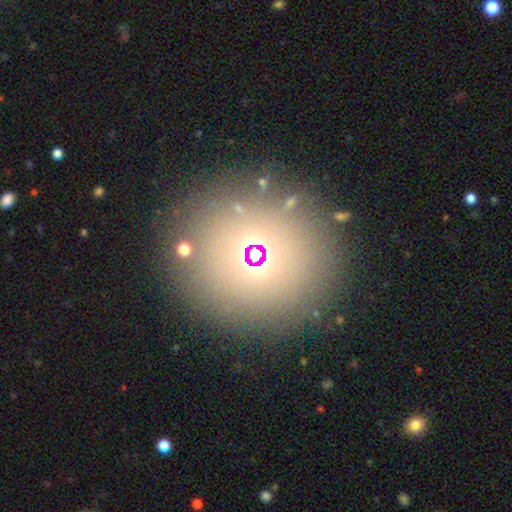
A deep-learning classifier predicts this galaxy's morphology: Q: Smooth or featured?
A: smooth (47%); runner-up: featured or disk (29%)
Q: Merging?
A: none (84%); runner-up: minor disturbance (9%)